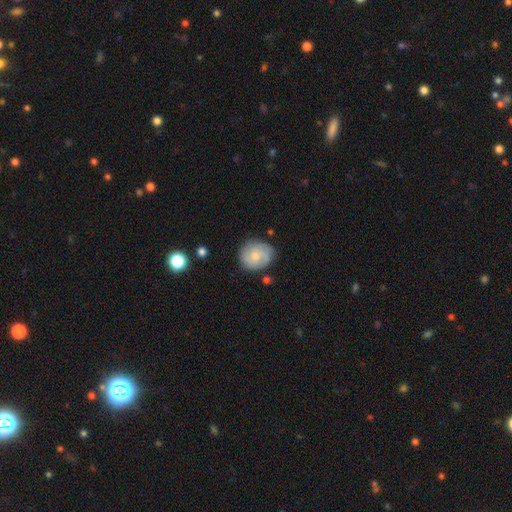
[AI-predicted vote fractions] Smooth or featured? Predicted: featured or disk (p=0.49). Merging? Predicted: none (p=0.76).